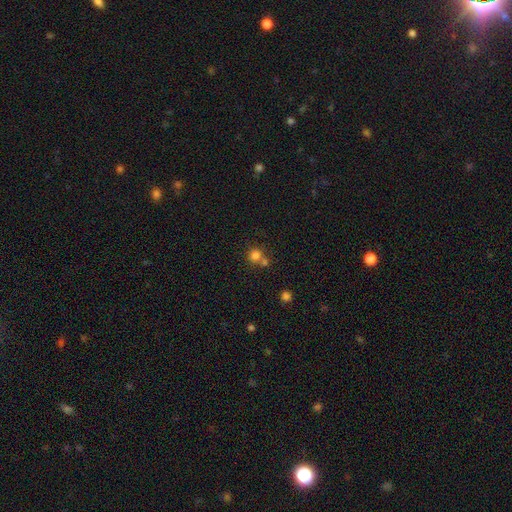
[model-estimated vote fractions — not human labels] Overall: smooth (78%). How rounded: round (88%). Merging: none (54%; merger 35%).